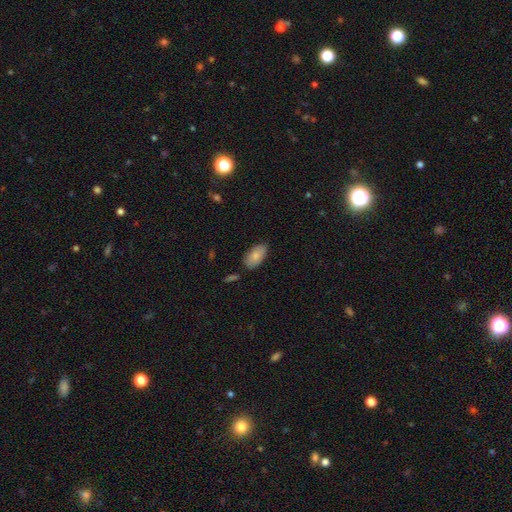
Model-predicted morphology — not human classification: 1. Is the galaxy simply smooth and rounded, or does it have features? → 82% smooth, 11% featured or disk, 6% star or artifact.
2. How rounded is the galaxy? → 94% in between, 3% cigar-shaped, 3% round.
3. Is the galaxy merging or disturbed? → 78% none, 17% minor disturbance, 3% major disturbance, 3% merger.